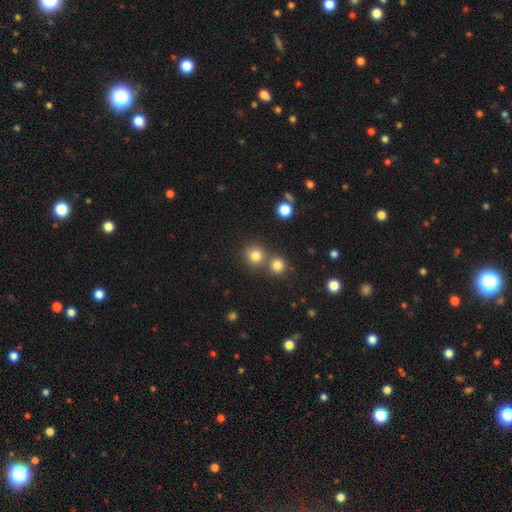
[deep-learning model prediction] Overall: smooth (79%). How rounded: round (91%). Merging: none (68%).